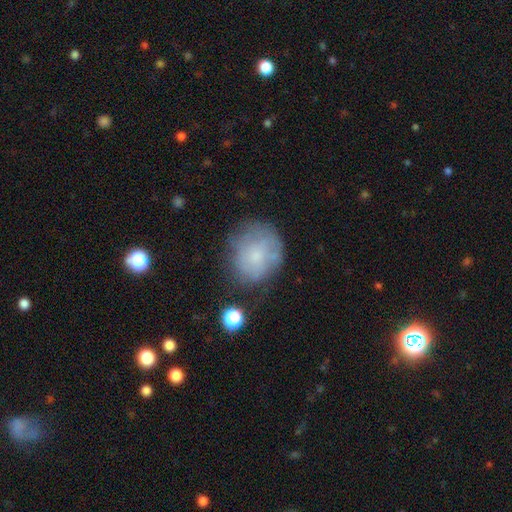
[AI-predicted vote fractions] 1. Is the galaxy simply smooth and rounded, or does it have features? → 59% smooth, 31% featured or disk, 10% star or artifact.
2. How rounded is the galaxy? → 67% round, 32% in between, 1% cigar-shaped.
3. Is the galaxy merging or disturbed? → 63% none, 24% minor disturbance, 10% major disturbance, 3% merger.